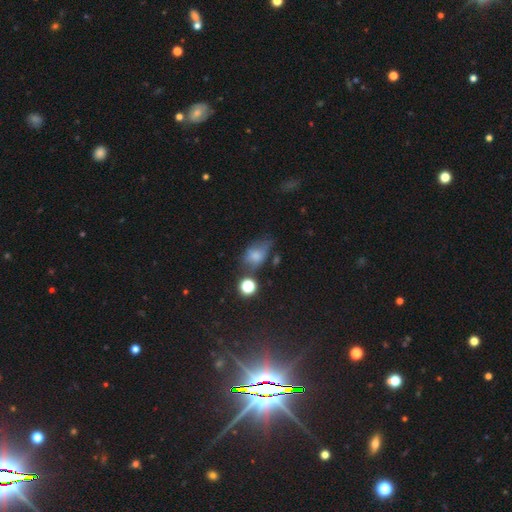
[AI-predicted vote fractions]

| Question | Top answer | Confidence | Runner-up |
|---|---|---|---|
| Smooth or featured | smooth | 63% | featured or disk (21%) |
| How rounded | in between | 76% | round (21%) |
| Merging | none | 37% | minor disturbance (33%) |